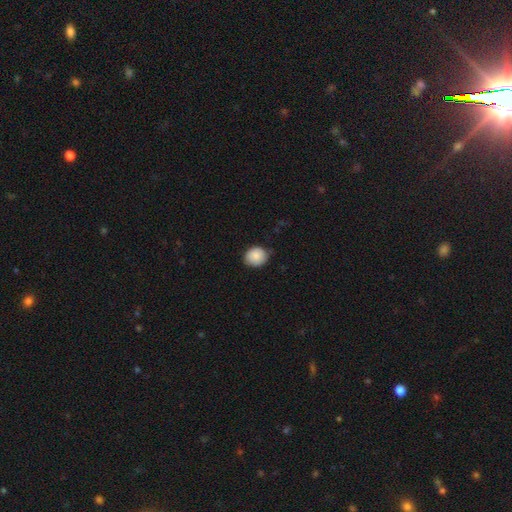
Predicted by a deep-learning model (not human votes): Smooth or featured?
  - smooth: 87% *
  - star or artifact: 7%
  - featured or disk: 6%
How rounded?
  - round: 69% *
  - in between: 30%
  - cigar-shaped: 1%
Merging?
  - none: 77% *
  - minor disturbance: 19%
  - major disturbance: 3%
  - merger: 1%